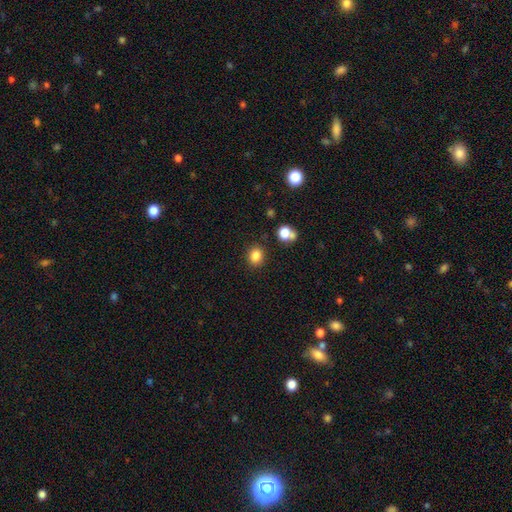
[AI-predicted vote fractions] Smooth or featured? smooth (84%)
How rounded? round (65%)
Merging? none (85%)